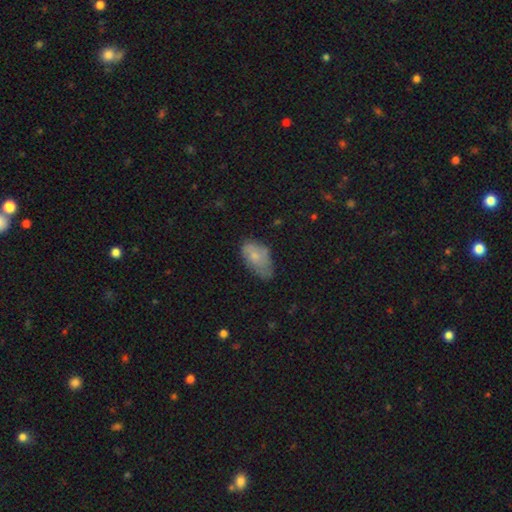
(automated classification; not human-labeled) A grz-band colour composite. It shows a smooth galaxy with no disk features (70%) that is in between round and cigar-shaped (92%). Merging: none (44%).